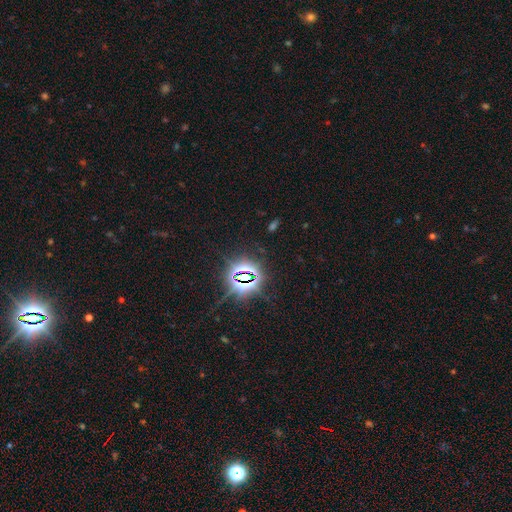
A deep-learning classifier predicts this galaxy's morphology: type=star or artifact (83%).